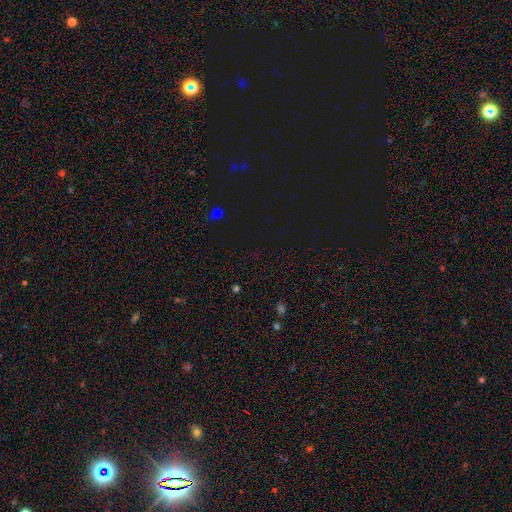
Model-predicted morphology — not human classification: A star or artifact, not a galaxy (70%).